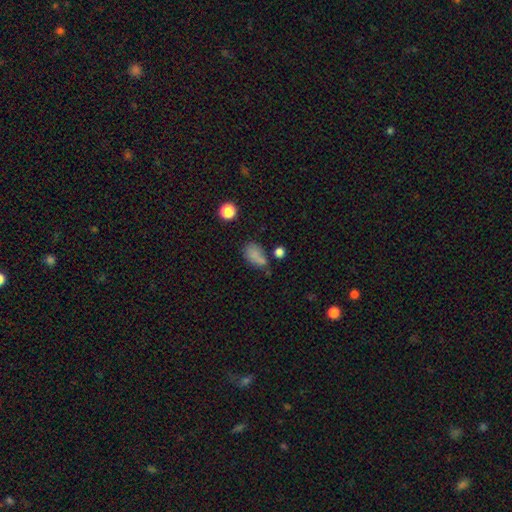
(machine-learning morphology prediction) Smooth or featured: smooth — 75% (star or artifact — 14%)
How rounded: in between — 83% (round — 15%)
Merging: none — 43% (minor disturbance — 26%)